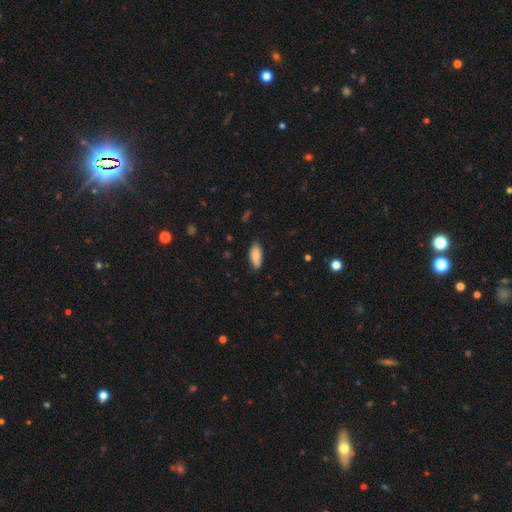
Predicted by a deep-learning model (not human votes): Morphology: type=smooth (83%); roundness=in between (83%); merging=none (82%).